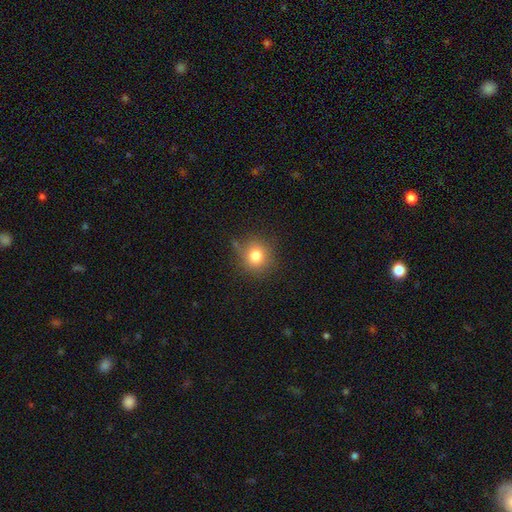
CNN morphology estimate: smooth 79%, star or artifact 12%, featured or disk 8%. Down the decision tree: how rounded — round (87%); merging — none (78%).